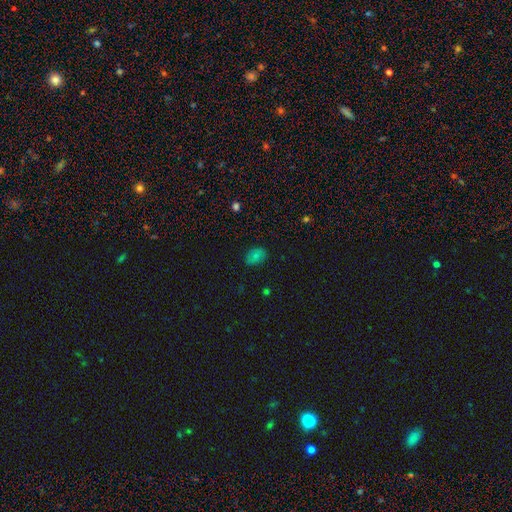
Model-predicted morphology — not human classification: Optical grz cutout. It shows a smooth galaxy with no disk features (66%) that is in between round and cigar-shaped (71%). Merging: none (80%).